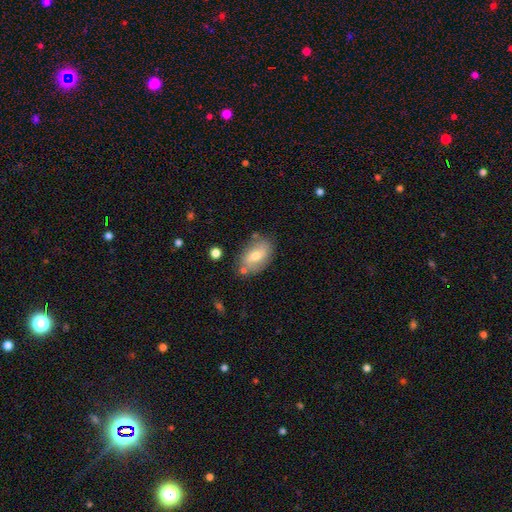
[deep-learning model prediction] Smooth or featured? smooth (61%)
How rounded? in between (89%)
Merging? none (74%)